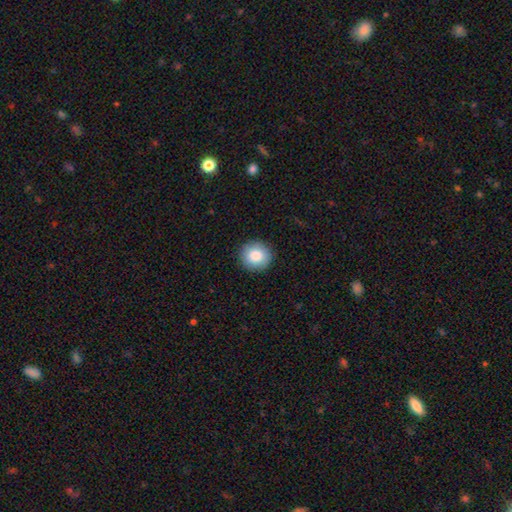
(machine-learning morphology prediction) smooth_or_featured: smooth (p=0.85) [alt: star or artifact p=0.08]
how_rounded: round (p=0.93) [alt: in between p=0.06]
merging: none (p=0.91) [alt: minor disturbance p=0.06]